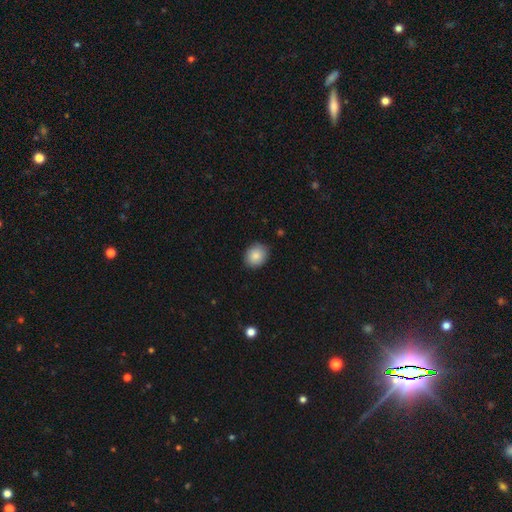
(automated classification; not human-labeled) Morphology: type=smooth (87%); roundness=round (64%); merging=none (86%).